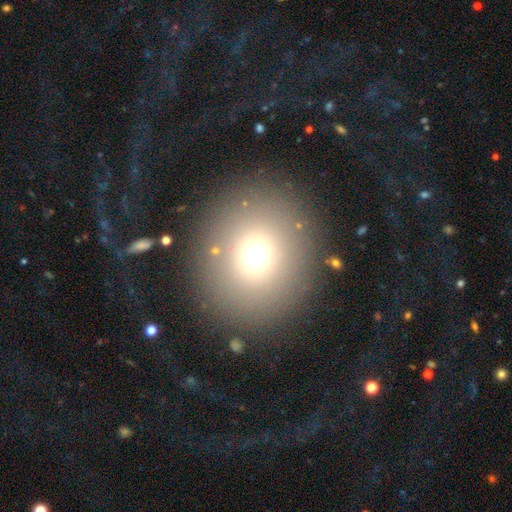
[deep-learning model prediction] smooth 71%, star or artifact 18%, featured or disk 11%. Down the decision tree: how rounded — round (85%); merging — none (84%).